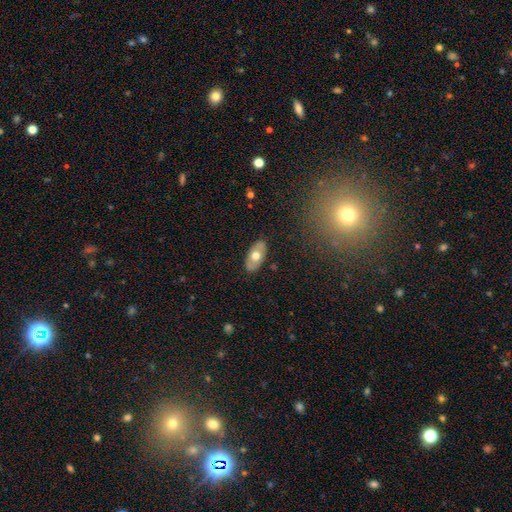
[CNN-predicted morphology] Smooth or featured: smooth — 58% (featured or disk — 37%)
How rounded: in between — 93% (round — 5%)
Merging: none — 86% (minor disturbance — 11%)